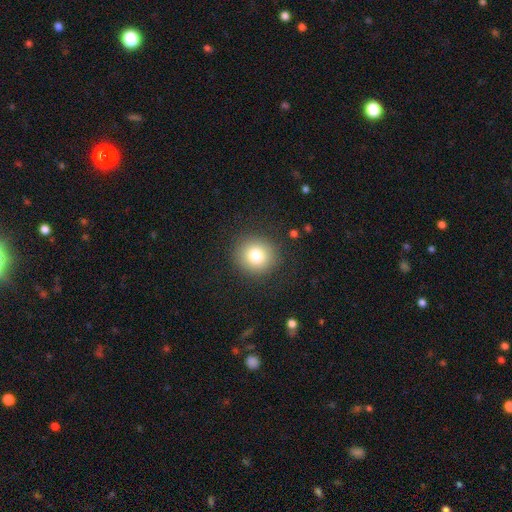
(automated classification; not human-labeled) smooth_or_featured: smooth (p=0.79) [alt: star or artifact p=0.11]
how_rounded: round (p=0.91) [alt: in between p=0.08]
merging: none (p=0.89) [alt: minor disturbance p=0.07]